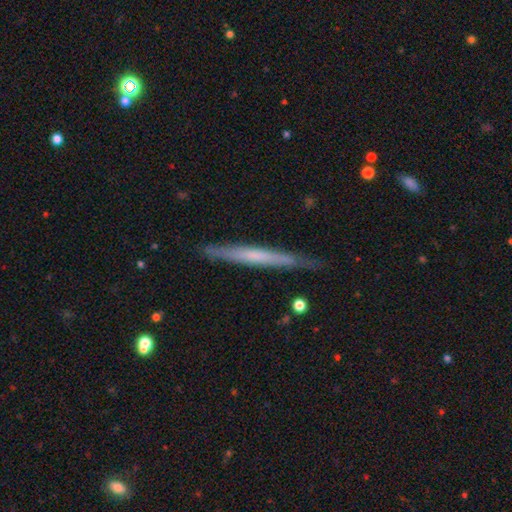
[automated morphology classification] smooth_or_featured: featured or disk (p=0.50) [alt: smooth p=0.45]
merging: none (p=0.84) [alt: minor disturbance p=0.12]